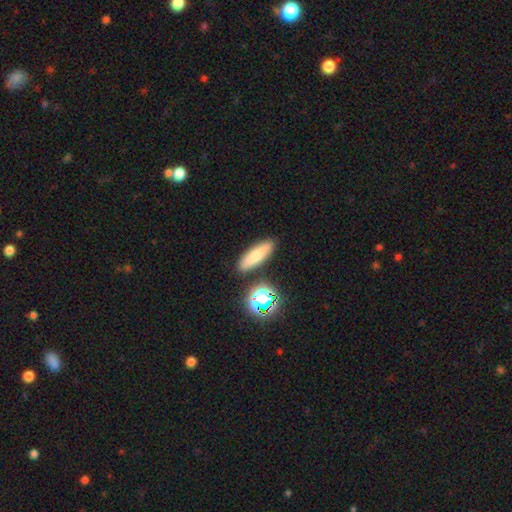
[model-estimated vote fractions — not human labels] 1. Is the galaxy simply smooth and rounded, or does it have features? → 74% smooth, 14% featured or disk, 12% star or artifact.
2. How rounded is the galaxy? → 54% cigar-shaped, 41% in between, 5% round.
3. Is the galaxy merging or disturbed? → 85% none, 8% minor disturbance, 4% merger, 2% major disturbance.